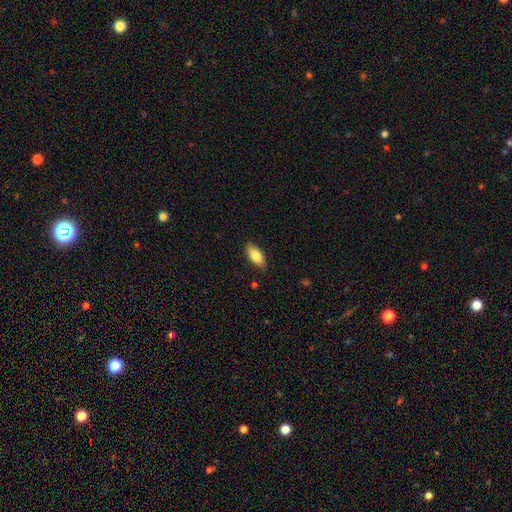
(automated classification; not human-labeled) A smooth galaxy with no disk features (83%) that is in between round and cigar-shaped (85%). Merging: none (87%).